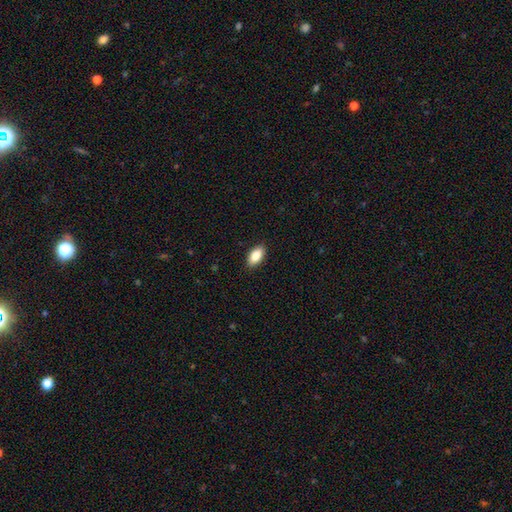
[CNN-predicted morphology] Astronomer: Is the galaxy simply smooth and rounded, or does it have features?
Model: smooth — 84%.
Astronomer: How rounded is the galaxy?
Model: in between — 92%.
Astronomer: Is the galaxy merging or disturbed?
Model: none — 89%.